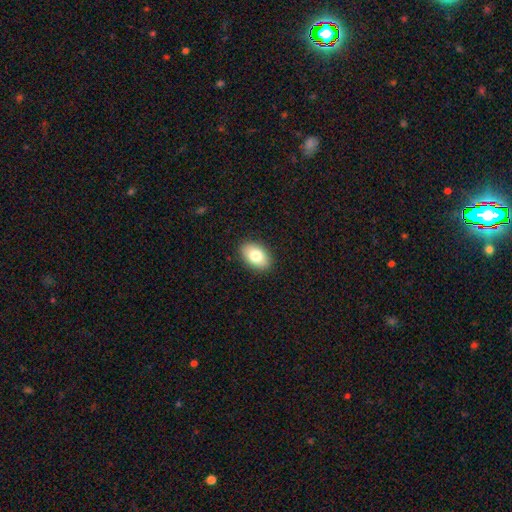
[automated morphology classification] smooth-or-featured: smooth: 80% | featured or disk: 13% | star or artifact: 8%
  how-rounded: in between: 89% | round: 10% | cigar-shaped: 1%
  merging: none: 89% | minor disturbance: 8% | major disturbance: 2% | merger: 1%